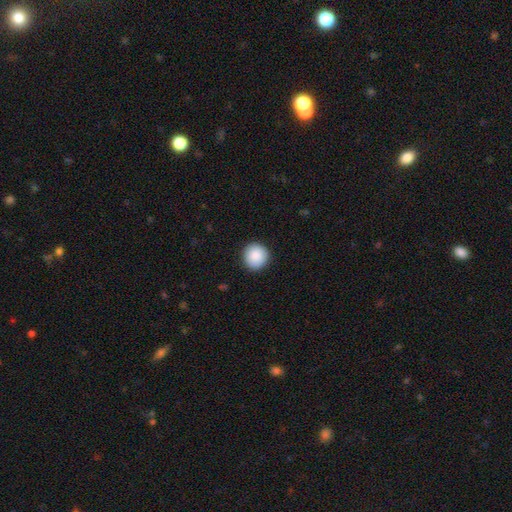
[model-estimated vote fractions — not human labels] smooth_or_featured: smooth (p=0.89) [alt: star or artifact p=0.07]
how_rounded: round (p=0.94) [alt: in between p=0.05]
merging: none (p=0.91) [alt: minor disturbance p=0.06]